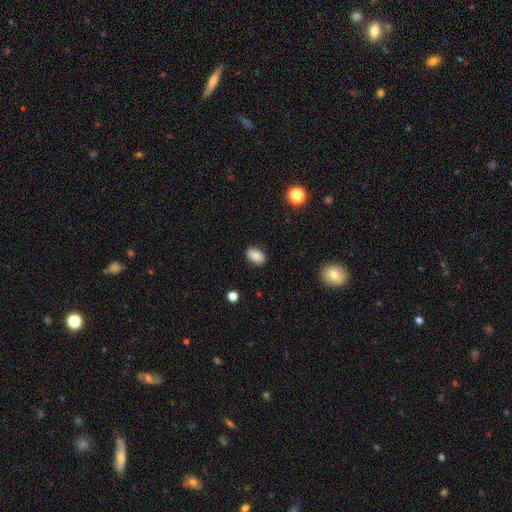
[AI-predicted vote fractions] This is clearly a smooth galaxy (80%). How rounded: clearly in between (88%). Merging: clearly none (86%).